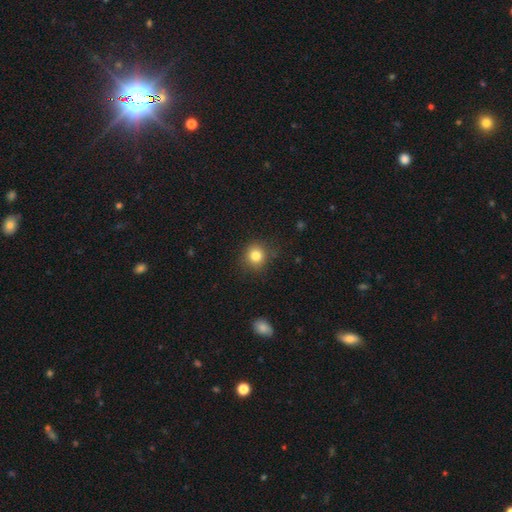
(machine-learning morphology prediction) A smooth galaxy with no disk features (82%) that is round (89%). Merging: none (86%).